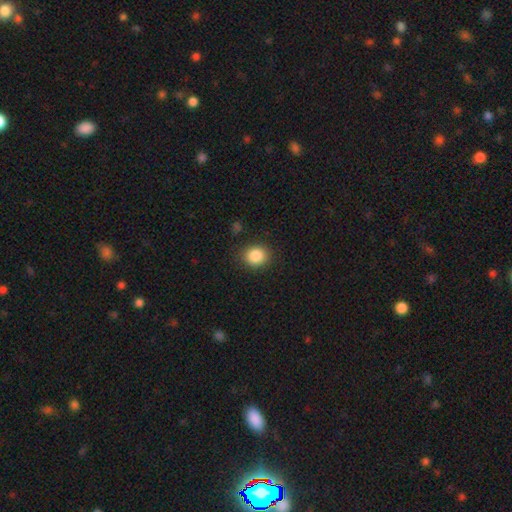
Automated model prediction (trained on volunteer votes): Smooth or featured? smooth (86%)
How rounded? round (71%)
Merging? none (86%)